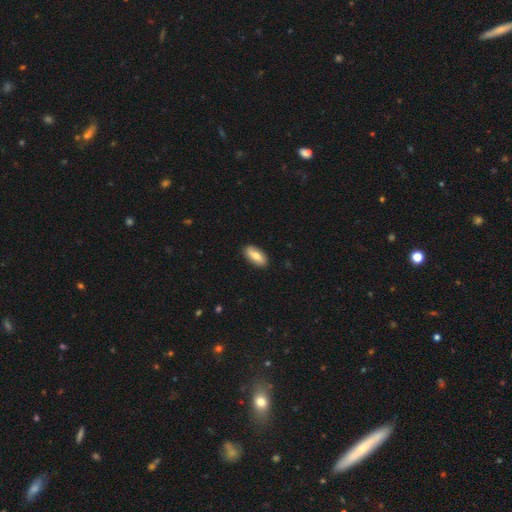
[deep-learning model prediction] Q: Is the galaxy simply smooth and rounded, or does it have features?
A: smooth — 71%.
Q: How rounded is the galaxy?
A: in between — 88%.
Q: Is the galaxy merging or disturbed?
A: none — 89%.